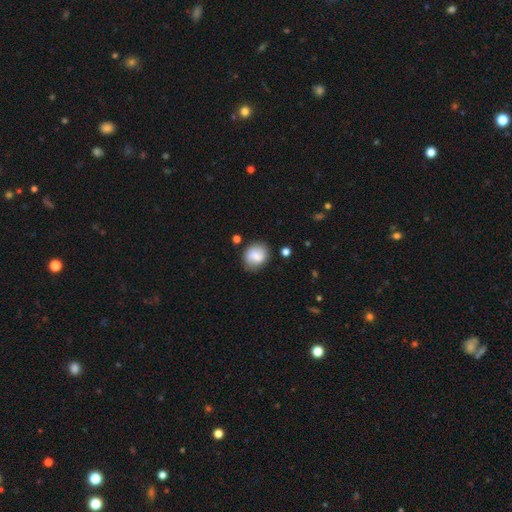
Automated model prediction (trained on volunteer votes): Smooth or featured?
  - smooth: 70% *
  - featured or disk: 22%
  - star or artifact: 8%
How rounded?
  - round: 62% *
  - in between: 37%
  - cigar-shaped: 1%
Merging?
  - none: 71% *
  - minor disturbance: 19%
  - major disturbance: 6%
  - merger: 5%